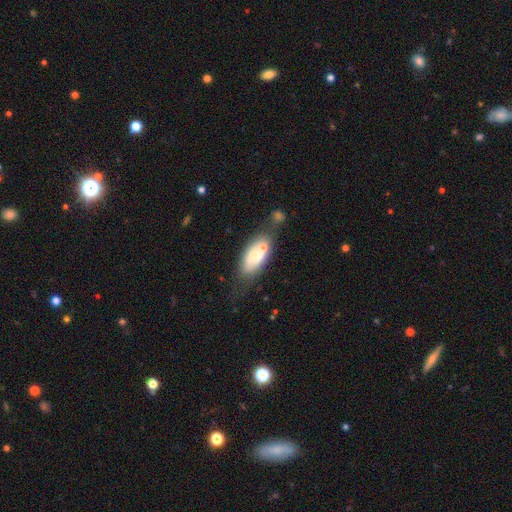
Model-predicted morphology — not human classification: Smooth or featured? smooth (57%)
How rounded? in between (84%)
Merging? none (43%)